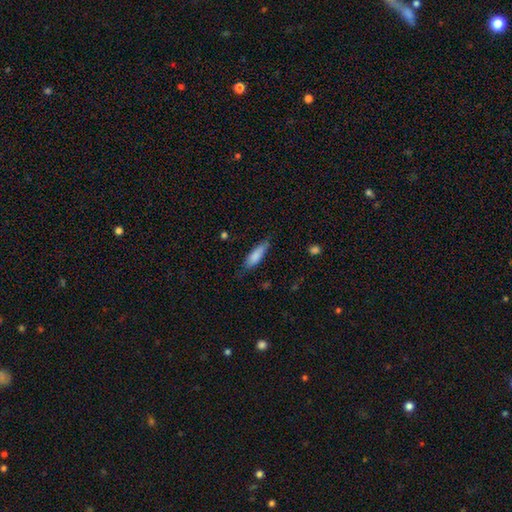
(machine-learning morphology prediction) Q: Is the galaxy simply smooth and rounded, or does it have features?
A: smooth — 80%.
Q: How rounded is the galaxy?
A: cigar-shaped — 60%.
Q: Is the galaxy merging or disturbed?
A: none — 71%.